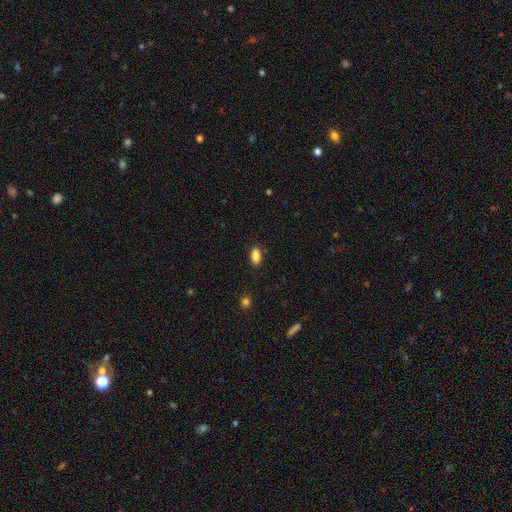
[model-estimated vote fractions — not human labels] Smooth or featured? Predicted: smooth (p=0.87). How rounded? Predicted: in between (p=0.89). Merging? Predicted: none (p=0.88).